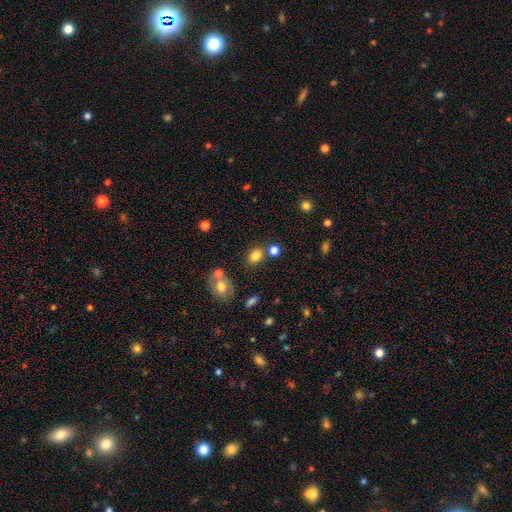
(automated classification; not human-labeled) Smooth or featured? Predicted: smooth (p=0.80). How rounded? Predicted: in between (p=0.59). Merging? Predicted: none (p=0.69).